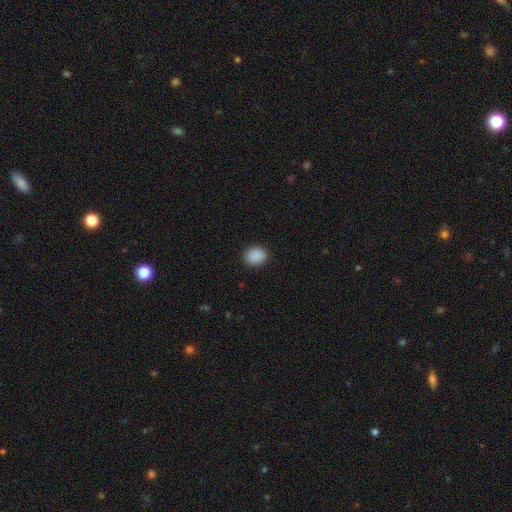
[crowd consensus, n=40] smooth-or-featured: smooth: 82% | star or artifact: 12% | featured or disk: 5%
  how-rounded: in between: 58% | round: 42% | cigar-shaped: 0%
  merging: none: 80% | minor disturbance: 17% | major disturbance: 3% | merger: 0%